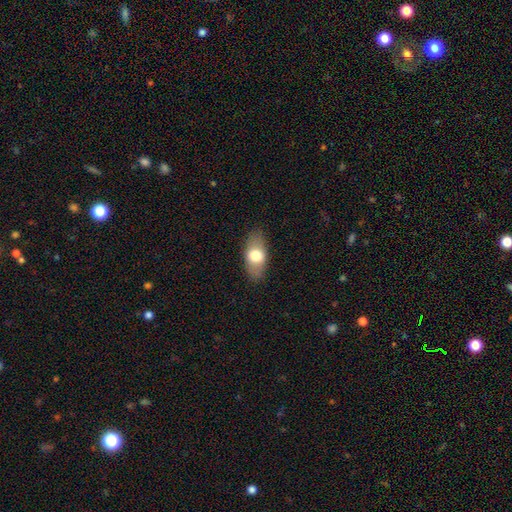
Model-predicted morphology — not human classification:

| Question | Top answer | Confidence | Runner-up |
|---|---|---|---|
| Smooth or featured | smooth | 67% | featured or disk (26%) |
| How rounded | in between | 87% | cigar-shaped (7%) |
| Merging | none | 84% | minor disturbance (12%) |